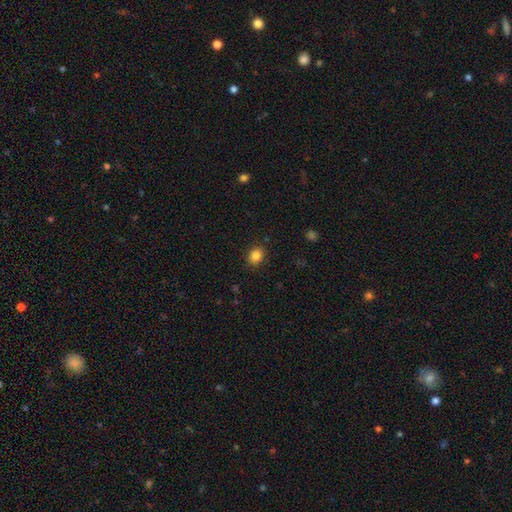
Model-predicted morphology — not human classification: A smooth galaxy with no disk features (85%) that is in between round and cigar-shaped (53%).

Vote fractions:
- Smooth or featured? smooth: 85% / star or artifact: 10% / featured or disk: 5%
- How rounded? in between: 53% / round: 46% / cigar-shaped: 1%
- Merging? none: 87% / minor disturbance: 9% / major disturbance: 3% / merger: 1%